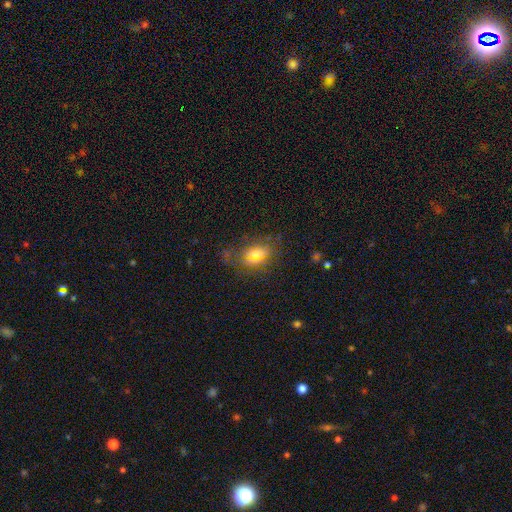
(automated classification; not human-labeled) A smooth galaxy with no disk features (59%) that is in between round and cigar-shaped (73%).

Vote fractions:
- Smooth or featured? smooth: 59% / star or artifact: 24% / featured or disk: 17%
- How rounded? in between: 73% / round: 22% / cigar-shaped: 5%
- Merging? none: 75% / minor disturbance: 16% / major disturbance: 7% / merger: 2%